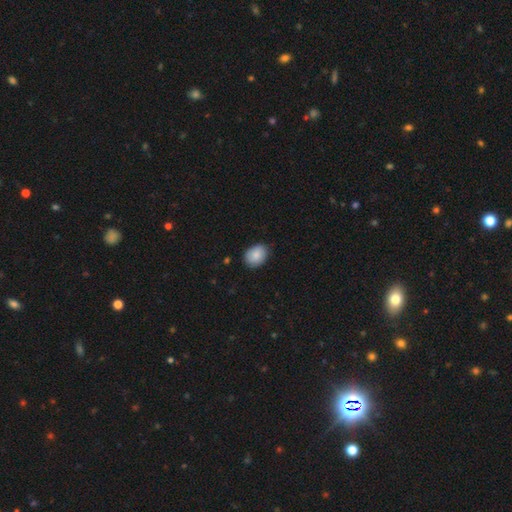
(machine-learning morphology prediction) A smooth galaxy with no disk features (86%) that is in between round and cigar-shaped (69%).

Vote fractions:
- Smooth or featured? smooth: 86% / star or artifact: 7% / featured or disk: 6%
- How rounded? in between: 69% / round: 30% / cigar-shaped: 1%
- Merging? none: 81% / minor disturbance: 16% / major disturbance: 2% / merger: 1%